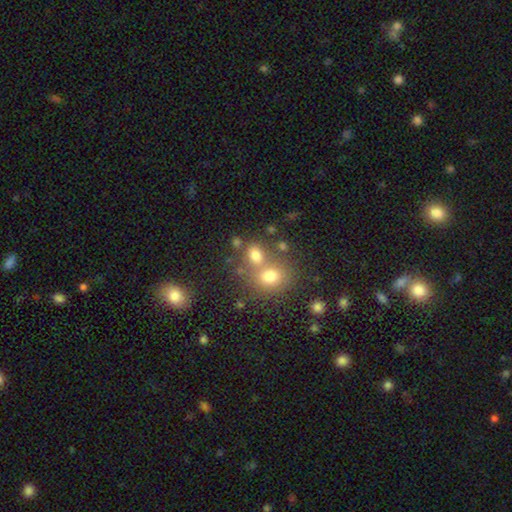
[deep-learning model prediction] Smooth or featured?
  - smooth: 72% *
  - star or artifact: 16%
  - featured or disk: 12%
How rounded?
  - in between: 55% *
  - round: 43%
  - cigar-shaped: 2%
Merging?
  - merger: 43% *
  - none: 42%
  - minor disturbance: 10%
  - major disturbance: 5%